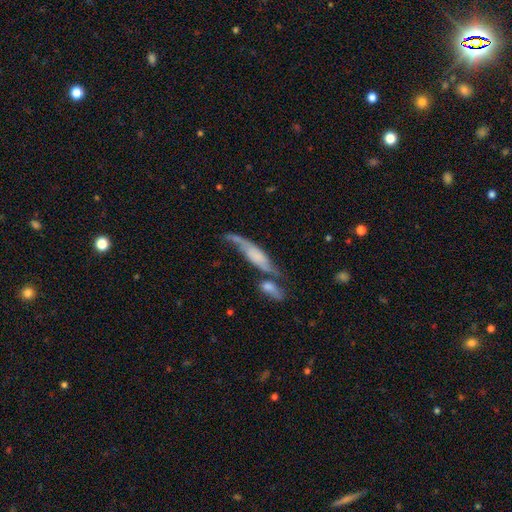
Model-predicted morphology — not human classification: featured or disk 57%, smooth 35%, star or artifact 8%. Down the decision tree: edge-on disk — no (52%); merging — merger (38%).